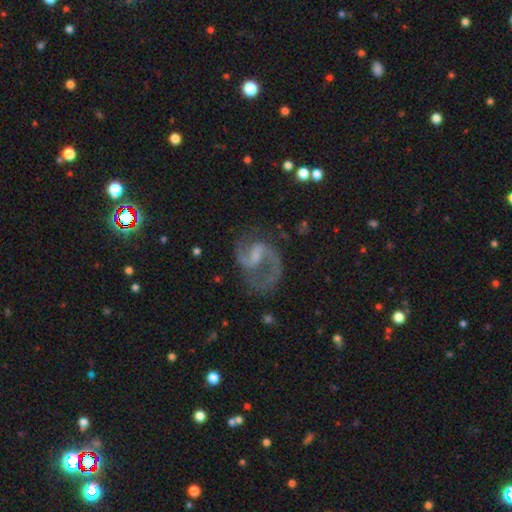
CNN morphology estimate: A featured or disk galaxy (91%) with a weak bar (56%), 2 (91%) medium (57%) spiral arms (97%) and no central bulge (40%). Merging: none (69%).